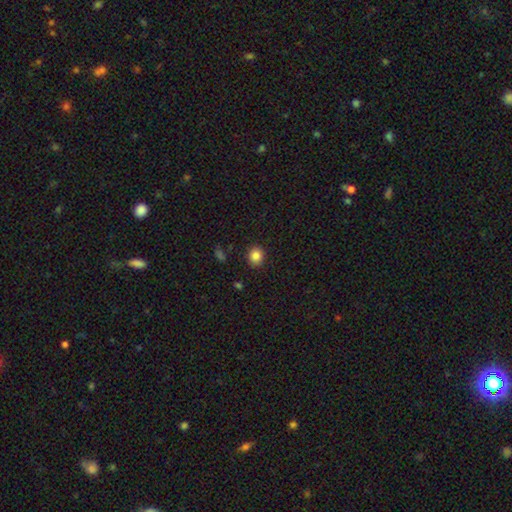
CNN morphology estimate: Smooth or featured? Predicted: smooth (p=0.85). How rounded? Predicted: round (p=0.70). Merging? Predicted: none (p=0.90).